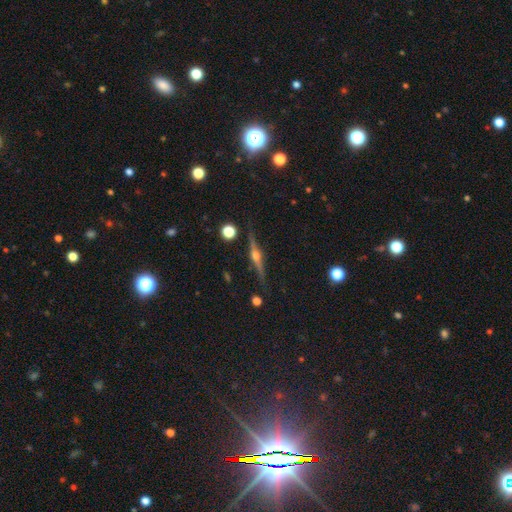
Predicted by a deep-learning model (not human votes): smooth_or_featured: featured or disk (p=0.84) [alt: smooth p=0.09]
disk_edge_on: yes (p=0.98) [alt: no p=0.02]
edge_on_bulge: rounded (p=0.94) [alt: boxy p=0.04]
merging: none (p=0.89) [alt: minor disturbance p=0.08]